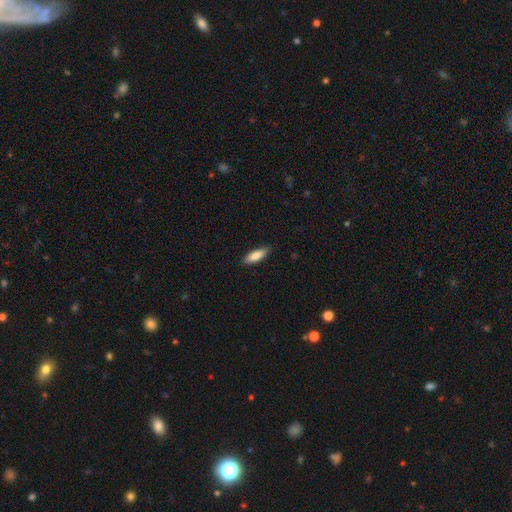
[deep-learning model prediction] Morphology: type=smooth (80%); roundness=in between (54%); merging=none (87%).